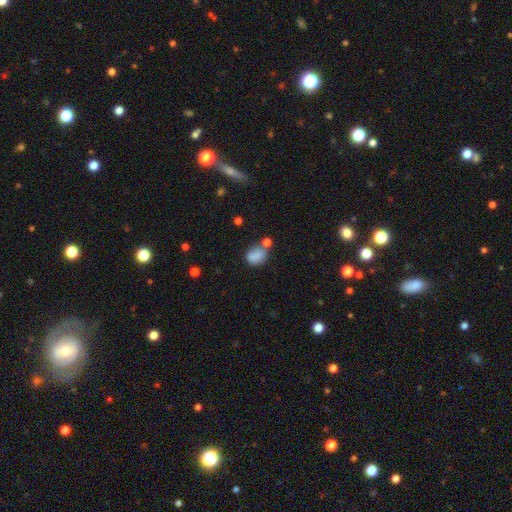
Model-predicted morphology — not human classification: The model was most divided on "how rounded": in between: 60%, round: 38%, cigar-shaped: 1%. Remaining: smooth or featured — smooth (81%); merging — none (47%).